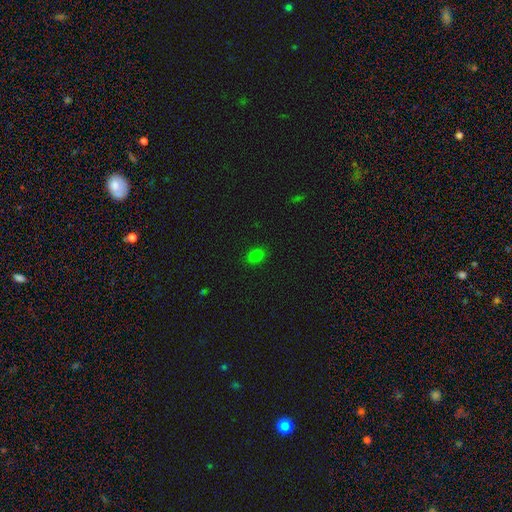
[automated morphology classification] smooth_or_featured: smooth (p=0.79) [alt: star or artifact p=0.16]
how_rounded: in between (p=0.75) [alt: round p=0.23]
merging: none (p=0.88) [alt: minor disturbance p=0.09]